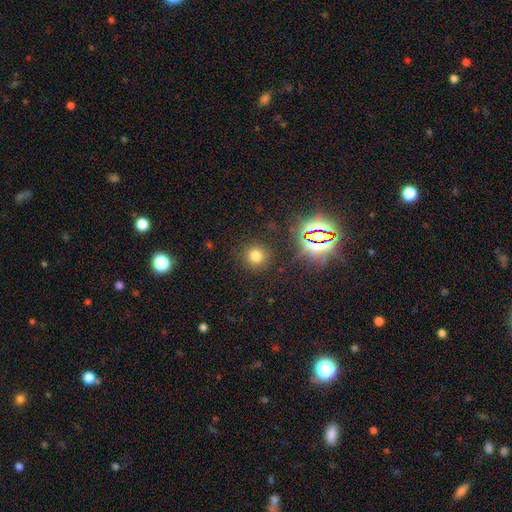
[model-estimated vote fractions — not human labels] Q: Smooth or featured?
A: smooth (70%); runner-up: star or artifact (23%)
Q: How rounded?
A: round (91%); runner-up: in between (8%)
Q: Merging?
A: none (87%); runner-up: minor disturbance (8%)